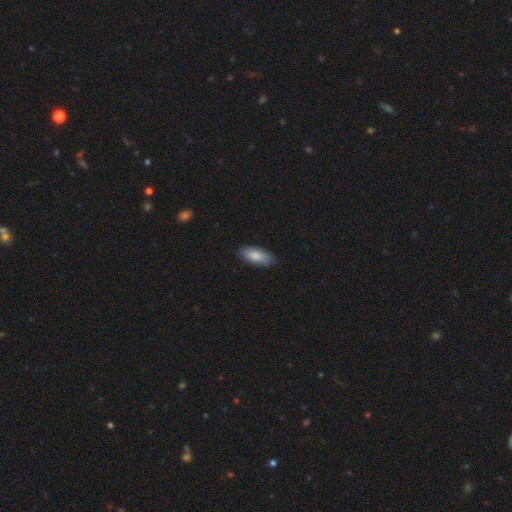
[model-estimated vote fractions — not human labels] A smooth galaxy with no disk features (86%) that is in between round and cigar-shaped (83%). Merging: none (81%).